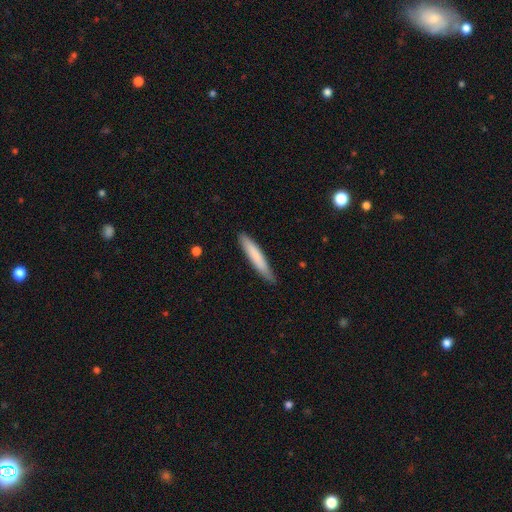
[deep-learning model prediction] The model was most divided on "smooth or featured": smooth: 77%, featured or disk: 18%, star or artifact: 5%. More confident: how rounded — cigar-shaped (93%); merging — none (84%).